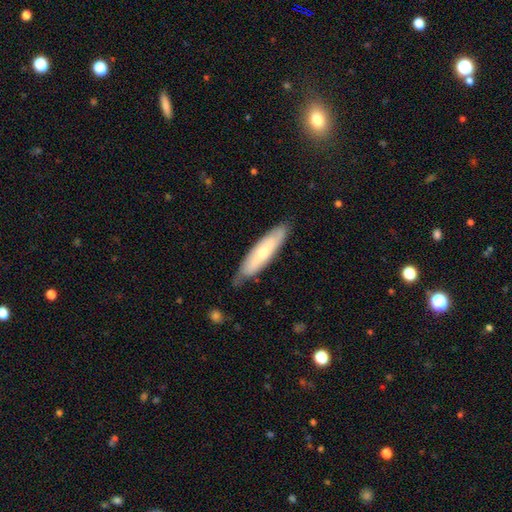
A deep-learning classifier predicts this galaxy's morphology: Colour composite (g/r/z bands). It shows a smooth galaxy with no disk features (54%) that is cigar-shaped (69%). Merging: none (73%).